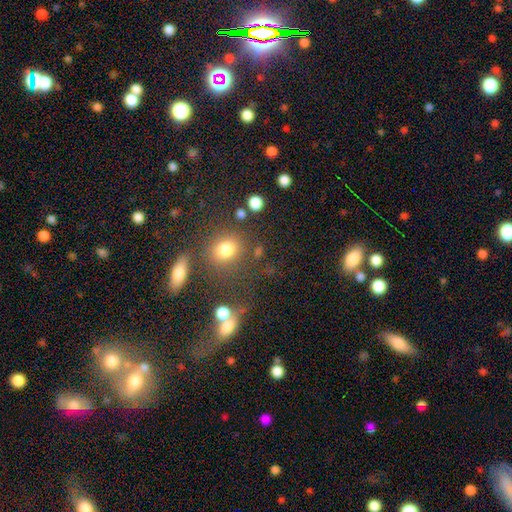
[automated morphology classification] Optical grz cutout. It shows a smooth galaxy with no disk features (59%) that is round (77%). Merging: none (69%).